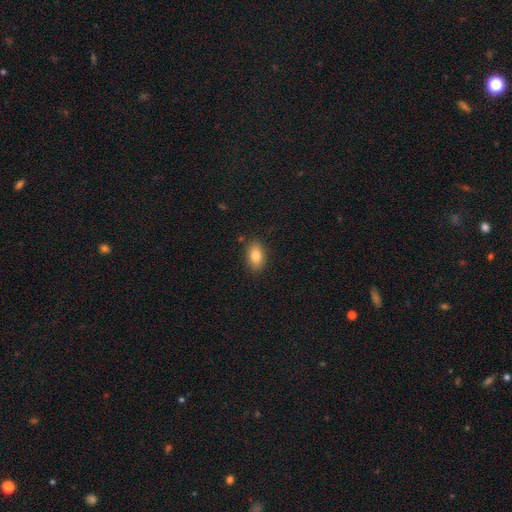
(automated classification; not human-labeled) Smooth or featured? Predicted: smooth (p=0.82). How rounded? Predicted: in between (p=0.89). Merging? Predicted: none (p=0.86).